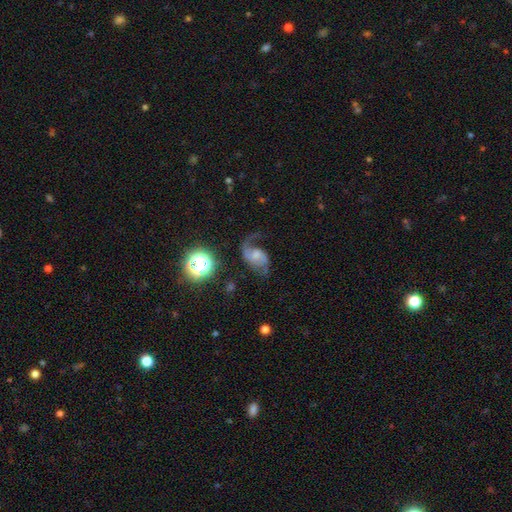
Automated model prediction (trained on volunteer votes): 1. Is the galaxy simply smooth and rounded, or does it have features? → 75% featured or disk, 15% smooth, 10% star or artifact.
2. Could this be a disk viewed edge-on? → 98% no, 2% yes.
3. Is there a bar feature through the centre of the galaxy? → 51% no, 39% weak, 10% strong.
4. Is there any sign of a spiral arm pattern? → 94% yes, 6% no.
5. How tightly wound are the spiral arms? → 64% loose, 29% medium, 6% tight.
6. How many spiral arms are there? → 76% 2, 19% 1, 3% can't tell, 1% 3, 1% 4, 1% more than 4.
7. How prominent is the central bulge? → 36% small, 34% moderate, 19% none, 9% large, 2% dominant.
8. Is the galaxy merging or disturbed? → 49% none, 27% major disturbance, 20% minor disturbance, 4% merger.